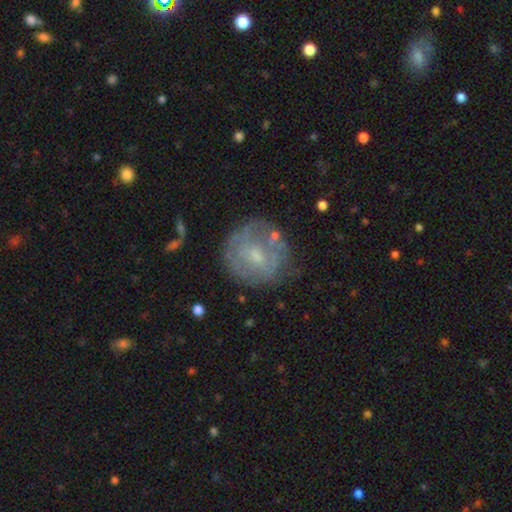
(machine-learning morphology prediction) This appears to be a featured or disk galaxy (55%) with no bar (57%), no spiral arms (52%) and a small central bulge (54%). Merging: none (69%).